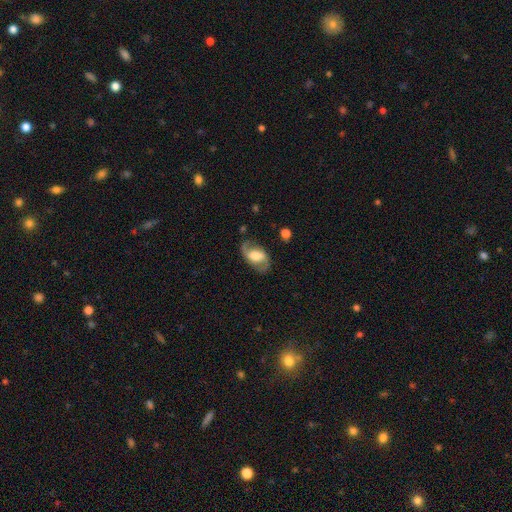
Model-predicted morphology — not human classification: Smooth or featured?
  - featured or disk: 68% *
  - smooth: 25%
  - star or artifact: 7%
Edge-on disk?
  - no: 95% *
  - yes: 5%
Bar?
  - weak: 43% *
  - no: 35%
  - strong: 22%
Spiral arms?
  - yes: 85% *
  - no: 15%
Spiral winding?
  - medium: 45% *
  - loose: 40%
  - tight: 15%
Spiral arm count?
  - 2: 87% *
  - can't tell: 5%
  - 1: 5%
  - 3: 1%
  - 4: 1%
  - more than 4: 1%
Bulge size?
  - large: 44% *
  - moderate: 28%
  - small: 12%
  - none: 8%
  - dominant: 7%
Merging?
  - none: 71% *
  - minor disturbance: 18%
  - major disturbance: 9%
  - merger: 2%